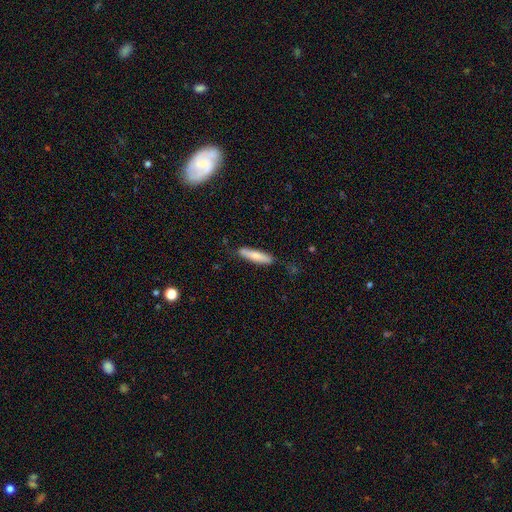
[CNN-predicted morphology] type=smooth (76%); roundness=cigar-shaped (80%); merging=none (81%).